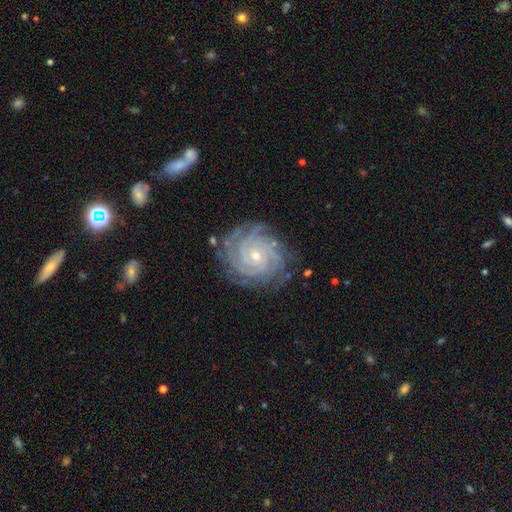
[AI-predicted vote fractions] Smooth or featured?
  - featured or disk: 90% *
  - star or artifact: 6%
  - smooth: 4%
Edge-on disk?
  - no: 98% *
  - yes: 2%
Bar?
  - no: 67% *
  - weak: 24%
  - strong: 9%
Spiral arms?
  - yes: 98% *
  - no: 2%
Spiral winding?
  - tight: 85% *
  - medium: 13%
  - loose: 2%
Spiral arm count?
  - 4: 30% *
  - more than 4: 18%
  - 3: 18%
  - can't tell: 17%
  - 2: 10%
  - 1: 7%
Bulge size?
  - small: 70% *
  - moderate: 27%
  - none: 1%
  - large: 1%
  - dominant: 1%
Merging?
  - none: 80% *
  - minor disturbance: 14%
  - major disturbance: 4%
  - merger: 2%